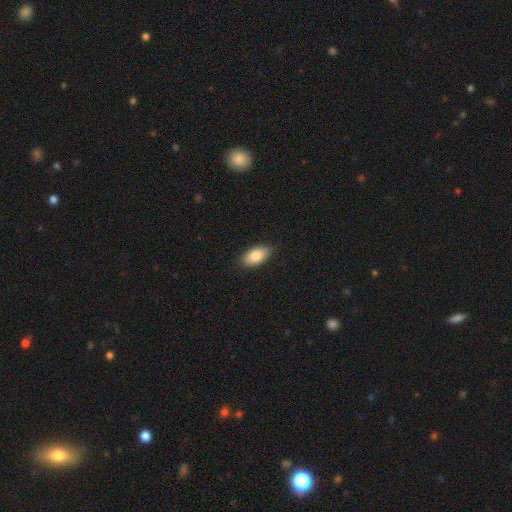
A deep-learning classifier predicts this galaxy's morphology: This appears to be a smooth galaxy with no disk features (83%) that is in between round and cigar-shaped (93%). Merging: none (84%).